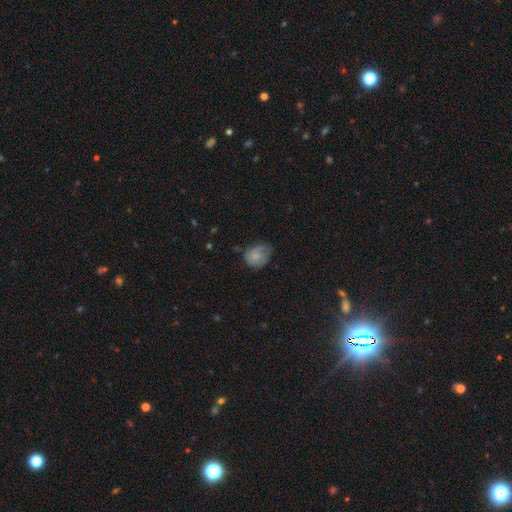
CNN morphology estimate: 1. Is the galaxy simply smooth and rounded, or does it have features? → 69% smooth, 22% featured or disk, 8% star or artifact.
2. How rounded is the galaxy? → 53% round, 46% in between, 1% cigar-shaped.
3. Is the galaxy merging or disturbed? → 50% none, 35% minor disturbance, 13% major disturbance, 2% merger.